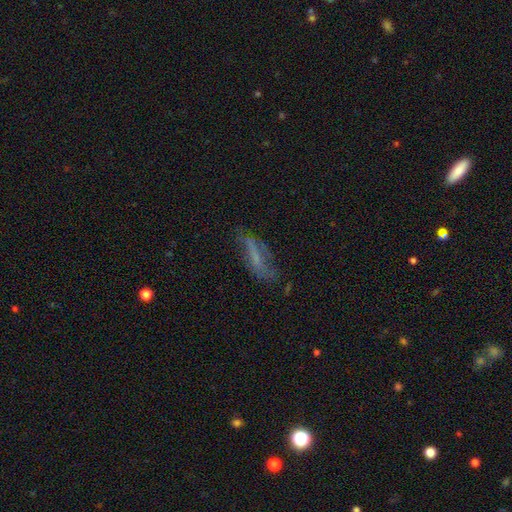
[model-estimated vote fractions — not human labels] featured or disk 48%, smooth 38%, star or artifact 14%. Down the decision tree: merging — none (49%).